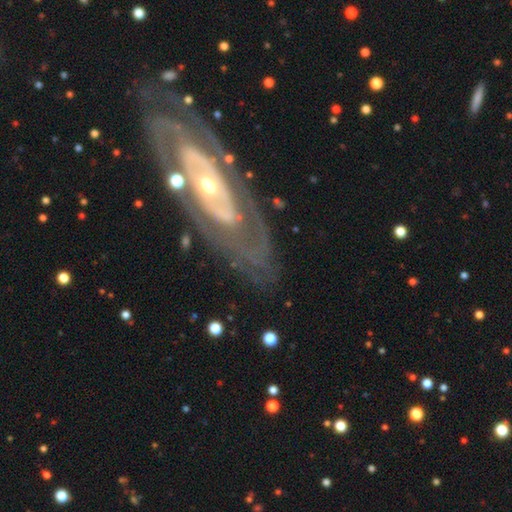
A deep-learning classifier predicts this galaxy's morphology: The model was most divided on "bulge size": moderate: 51%, small: 42%, large: 4%, dominant: 1%, none: 1%. More confident: edge-on disk — no (89%); smooth or featured — featured or disk (83%); bar — no (76%); merging — none (76%); spiral arms — yes (67%).